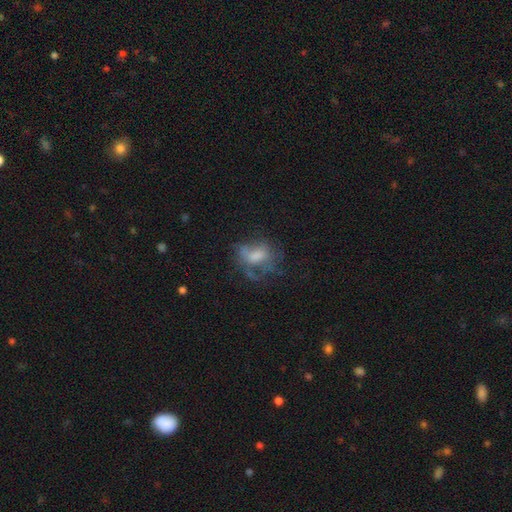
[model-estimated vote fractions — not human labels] Smooth or featured: featured or disk — 43% (smooth — 41%)
Merging: none — 41% (major disturbance — 32%)